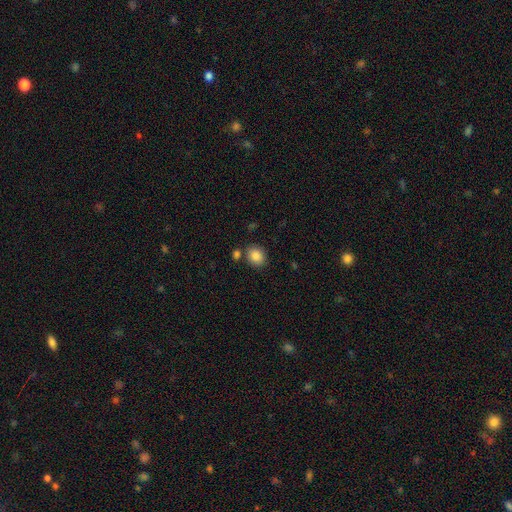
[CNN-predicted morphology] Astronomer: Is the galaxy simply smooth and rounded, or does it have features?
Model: smooth — 87%.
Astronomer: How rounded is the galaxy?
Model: round — 60% (runner-up: in between, 39%).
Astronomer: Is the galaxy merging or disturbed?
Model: none — 77%.